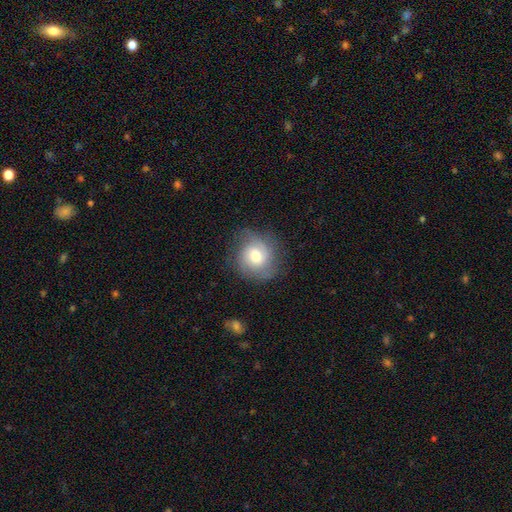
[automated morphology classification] The model was most divided on "smooth or featured": smooth: 48%, featured or disk: 43%, star or artifact: 9%. More confident: merging — none (71%).